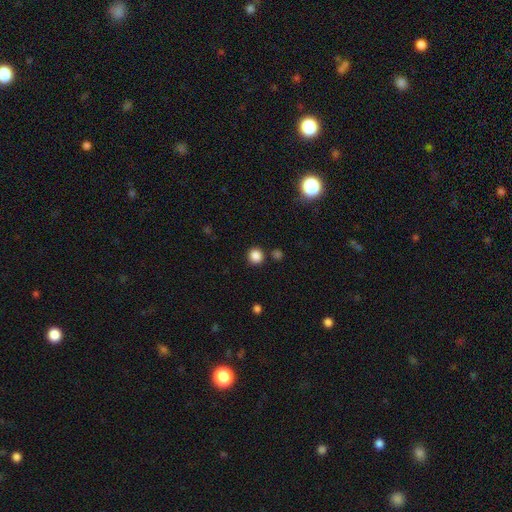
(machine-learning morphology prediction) A smooth galaxy with no disk features (85%) that is round (93%). Merging: none (88%).